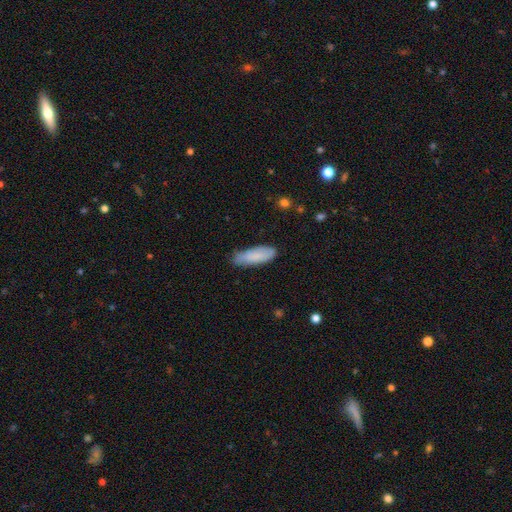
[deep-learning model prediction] A smooth galaxy with no disk features (81%) that is in between round and cigar-shaped (54%). Merging: none (75%).